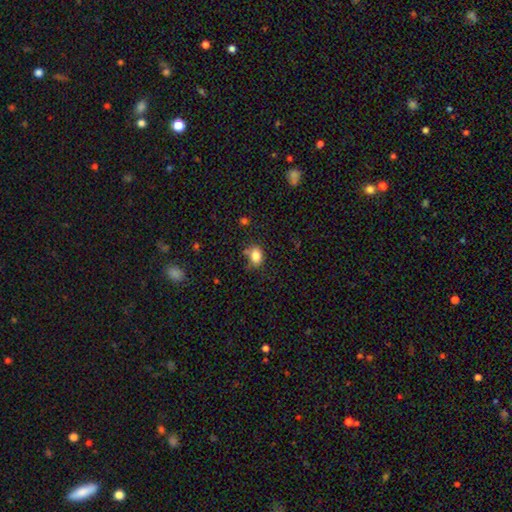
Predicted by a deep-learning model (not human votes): smooth_or_featured: smooth (p=0.83) [alt: star or artifact p=0.11]
how_rounded: in between (p=0.59) [alt: round p=0.39]
merging: none (p=0.65) [alt: minor disturbance p=0.22]